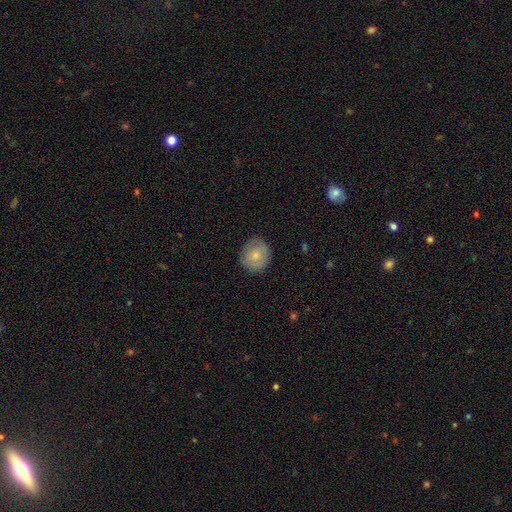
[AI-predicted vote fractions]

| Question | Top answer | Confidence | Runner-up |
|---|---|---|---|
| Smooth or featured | smooth | 78% | featured or disk (16%) |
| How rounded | round | 87% | in between (13%) |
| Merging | none | 86% | minor disturbance (11%) |